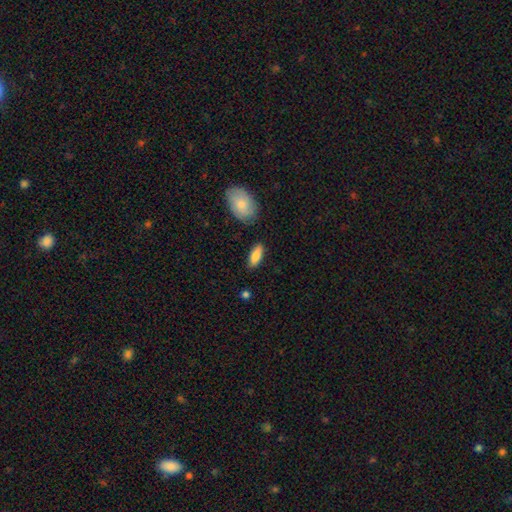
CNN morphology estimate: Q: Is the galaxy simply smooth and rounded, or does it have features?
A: smooth — 83%.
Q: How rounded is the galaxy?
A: in between — 78%.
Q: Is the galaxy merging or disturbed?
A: none — 85%.